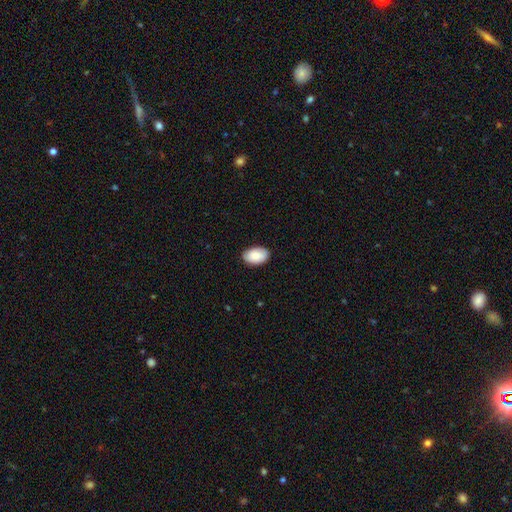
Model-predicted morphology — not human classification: A smooth galaxy with no disk features (88%) that is in between round and cigar-shaped (93%).

Vote fractions:
- Smooth or featured? smooth: 88% / featured or disk: 6% / star or artifact: 6%
- How rounded? in between: 93% / round: 6% / cigar-shaped: 1%
- Merging? none: 87% / minor disturbance: 10% / major disturbance: 2% / merger: 1%